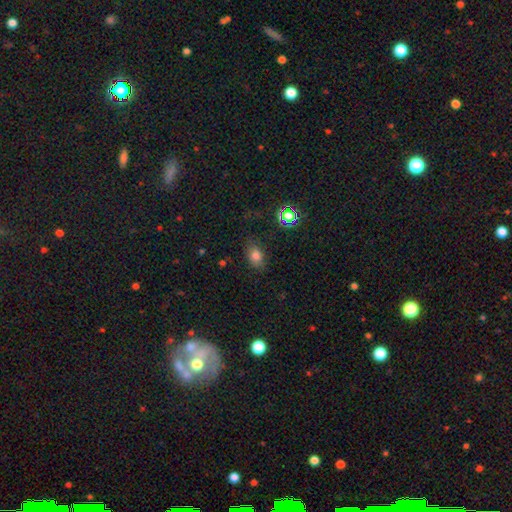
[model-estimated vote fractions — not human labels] smooth 76%, star or artifact 16%, featured or disk 9%. Down the decision tree: how rounded — in between (72%); merging — none (79%).